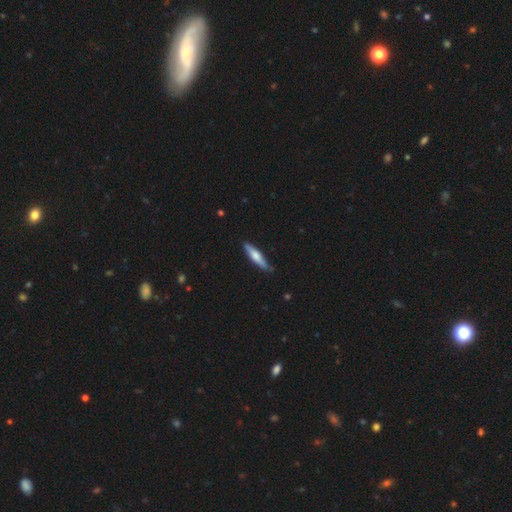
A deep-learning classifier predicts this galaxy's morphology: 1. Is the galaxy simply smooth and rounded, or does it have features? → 53% smooth, 42% featured or disk, 5% star or artifact.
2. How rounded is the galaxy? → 83% cigar-shaped, 16% in between, 2% round.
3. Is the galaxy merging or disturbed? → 82% none, 14% minor disturbance, 2% major disturbance, 1% merger.